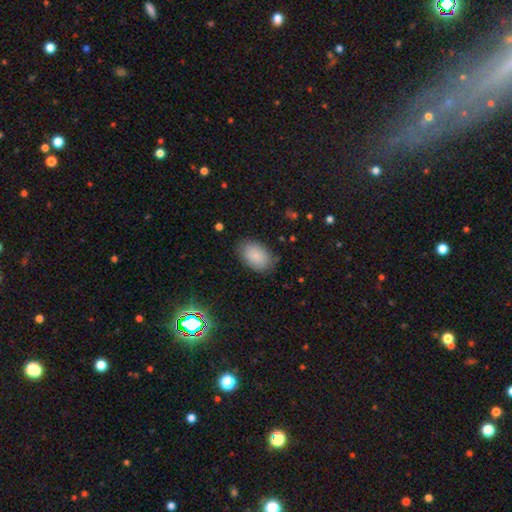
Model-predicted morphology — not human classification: Smooth or featured? Predicted: smooth (p=0.84). How rounded? Predicted: in between (p=0.89). Merging? Predicted: none (p=0.80).